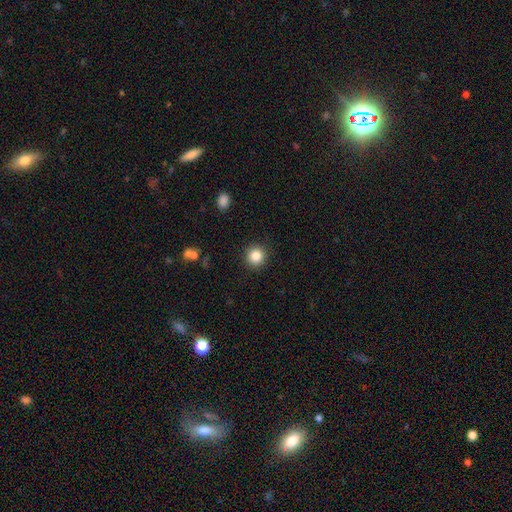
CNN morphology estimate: Smooth or featured? smooth (85%)
How rounded? round (94%)
Merging? none (92%)